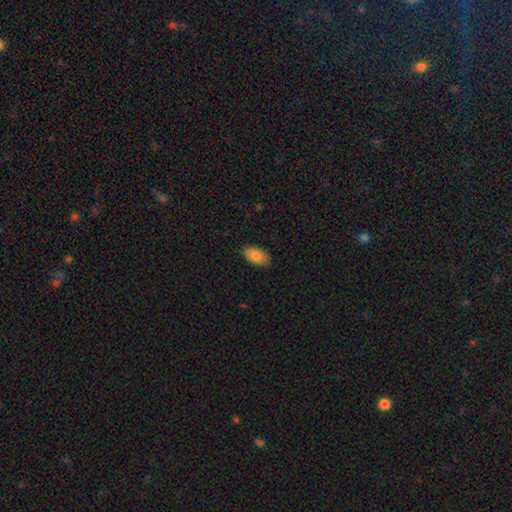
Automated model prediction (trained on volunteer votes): The model was most divided on "smooth or featured": smooth: 85%, featured or disk: 8%, star or artifact: 7%. More confident: how rounded — in between (94%); merging — none (87%).